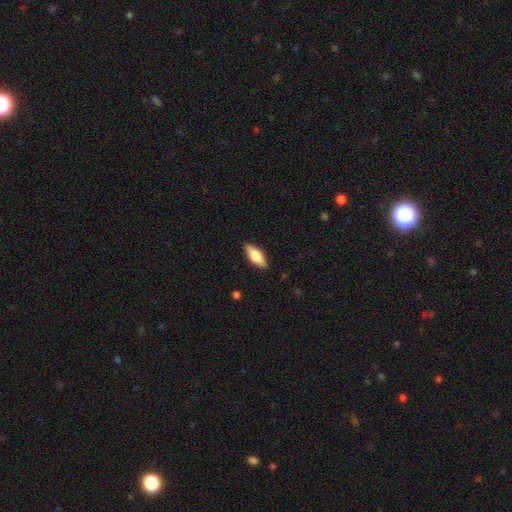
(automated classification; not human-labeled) A smooth galaxy with no disk features (68%) that is in between round and cigar-shaped (75%).

Vote fractions:
- Smooth or featured? smooth: 68% / featured or disk: 26% / star or artifact: 6%
- How rounded? in between: 75% / cigar-shaped: 22% / round: 2%
- Merging? none: 88% / minor disturbance: 9% / major disturbance: 2% / merger: 1%